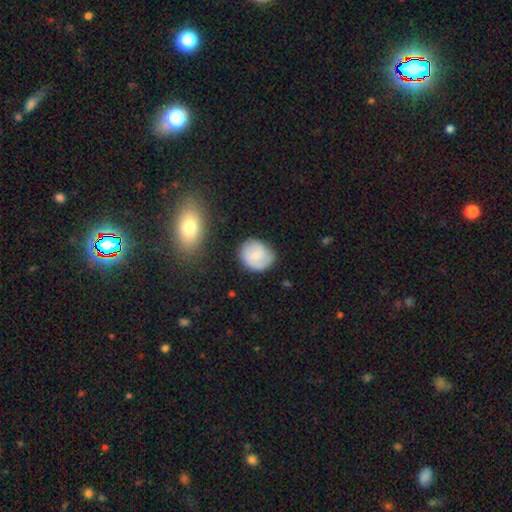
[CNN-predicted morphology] smooth-or-featured: smooth: 51% | featured or disk: 42% | star or artifact: 7%
  how-rounded: round: 74% | in between: 25% | cigar-shaped: 1%
  merging: none: 71% | minor disturbance: 21% | major disturbance: 6% | merger: 3%